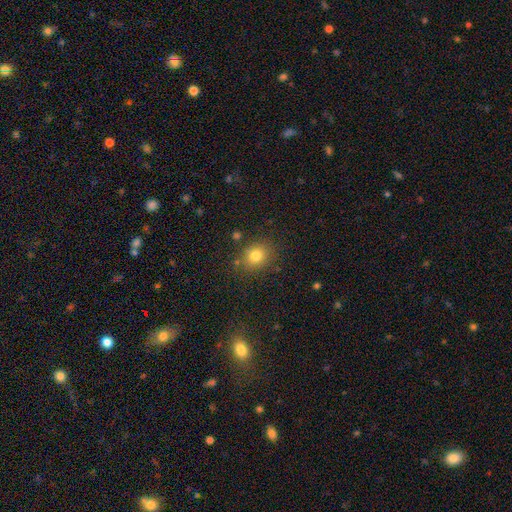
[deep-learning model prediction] Smooth or featured: smooth — 79% (star or artifact — 13%)
How rounded: round — 72% (in between — 27%)
Merging: none — 82% (minor disturbance — 11%)